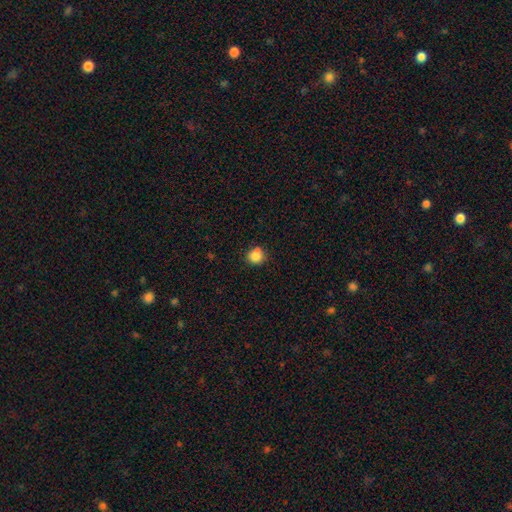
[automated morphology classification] smooth-or-featured: smooth: 86% | star or artifact: 10% | featured or disk: 4%
  how-rounded: round: 84% | in between: 15% | cigar-shaped: 1%
  merging: none: 75% | minor disturbance: 18% | merger: 4% | major disturbance: 3%